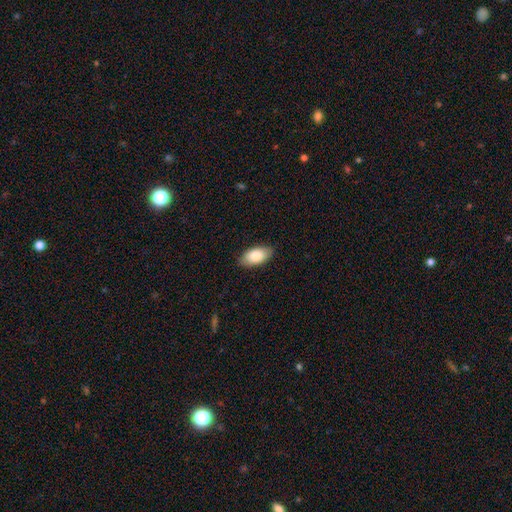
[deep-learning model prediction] Overall: smooth (85%). How rounded: in between (94%). Merging: none (86%).